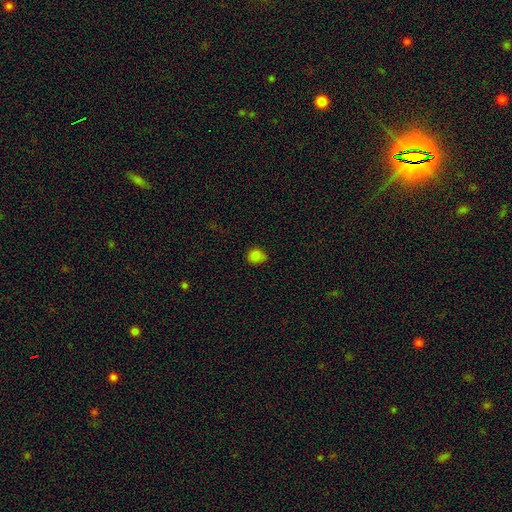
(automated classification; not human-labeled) Smooth or featured: smooth — 80% (star or artifact — 16%)
How rounded: round — 67% (in between — 32%)
Merging: none — 70% (minor disturbance — 23%)